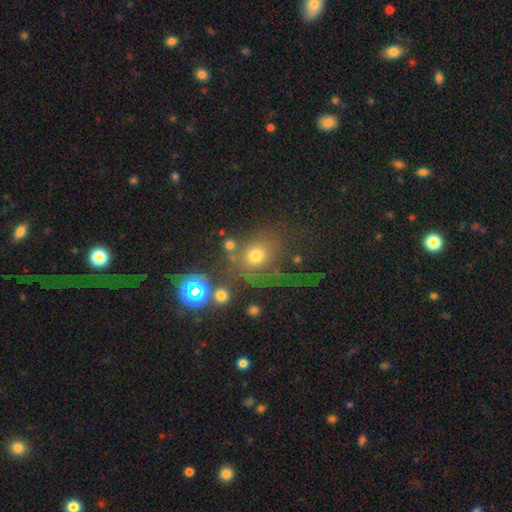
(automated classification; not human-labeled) Smooth or featured? smooth (62%)
How rounded? round (76%)
Merging? none (50%)